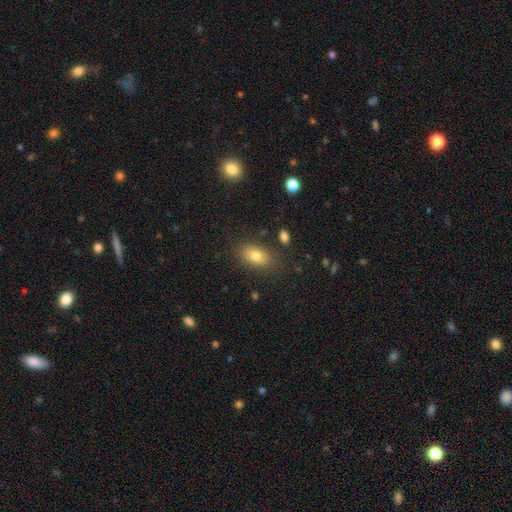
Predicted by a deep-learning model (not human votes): Overall: smooth (80%). How rounded: in between (86%). Merging: none (83%).